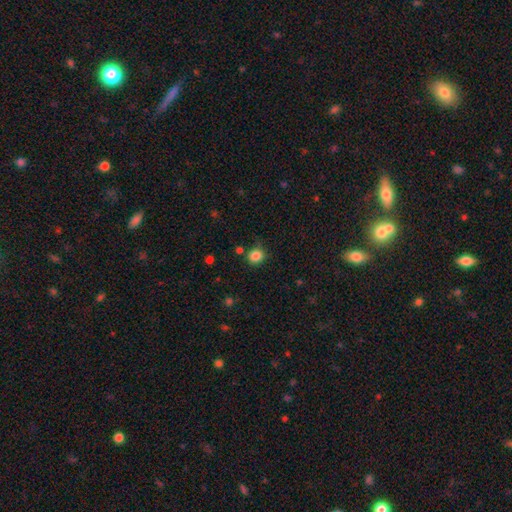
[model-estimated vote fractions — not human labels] Smooth or featured?
  - smooth: 85% *
  - star or artifact: 11%
  - featured or disk: 4%
How rounded?
  - round: 82% *
  - in between: 17%
  - cigar-shaped: 1%
Merging?
  - none: 78% *
  - minor disturbance: 14%
  - merger: 4%
  - major disturbance: 4%